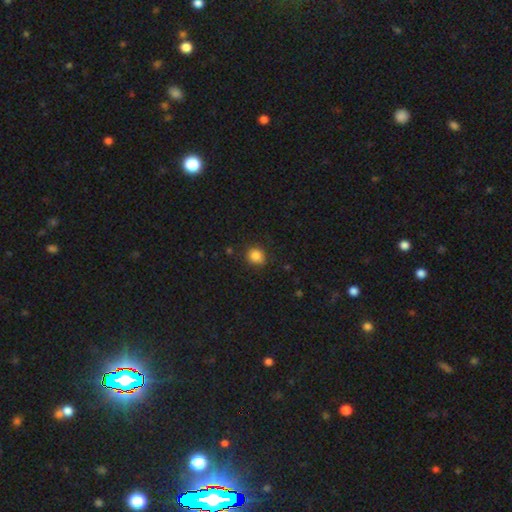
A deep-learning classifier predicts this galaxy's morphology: A smooth galaxy with no disk features (85%) that is round (81%).

Vote fractions:
- Smooth or featured? smooth: 85% / star or artifact: 11% / featured or disk: 4%
- How rounded? round: 81% / in between: 18% / cigar-shaped: 1%
- Merging? none: 82% / minor disturbance: 13% / major disturbance: 3% / merger: 1%